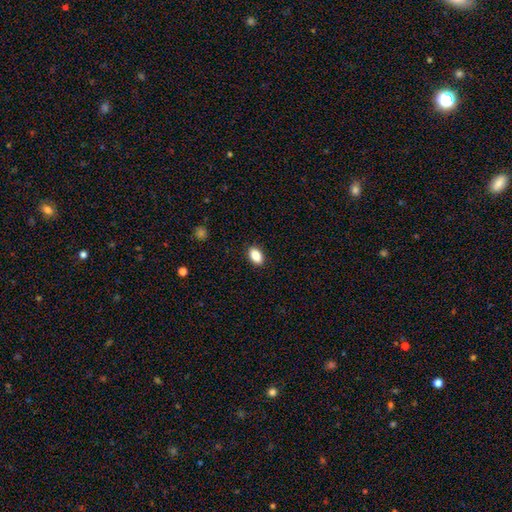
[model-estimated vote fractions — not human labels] smooth-or-featured: smooth: 87% | star or artifact: 8% | featured or disk: 5%
  how-rounded: in between: 90% | round: 8% | cigar-shaped: 2%
  merging: none: 89% | minor disturbance: 8% | major disturbance: 2% | merger: 1%